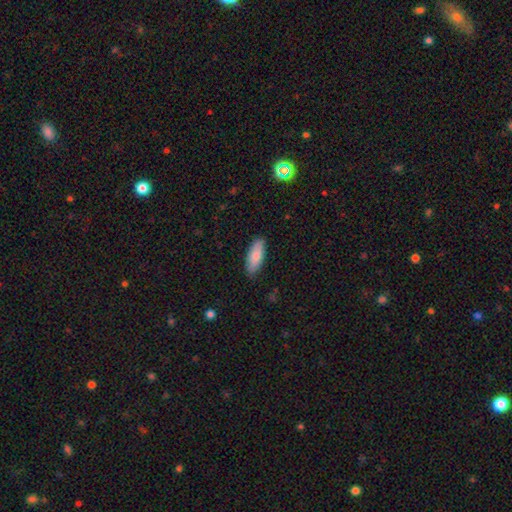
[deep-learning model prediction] Morphology: type=smooth (83%); roundness=in between (72%); merging=none (86%).